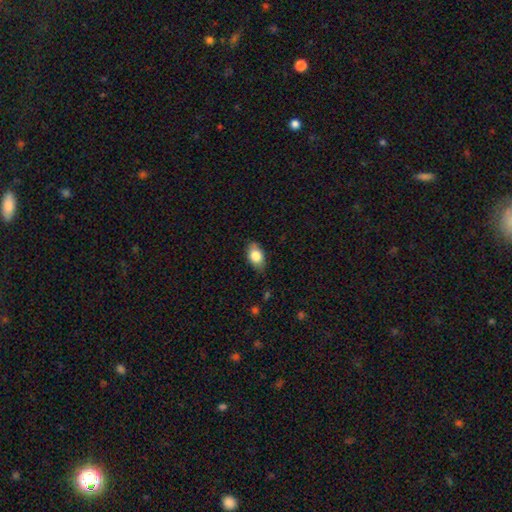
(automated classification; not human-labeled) A smooth galaxy with no disk features (81%) that is in between round and cigar-shaped (87%).

Vote fractions:
- Smooth or featured? smooth: 81% / featured or disk: 12% / star or artifact: 7%
- How rounded? in between: 87% / round: 11% / cigar-shaped: 2%
- Merging? none: 76% / minor disturbance: 19% / major disturbance: 3% / merger: 1%